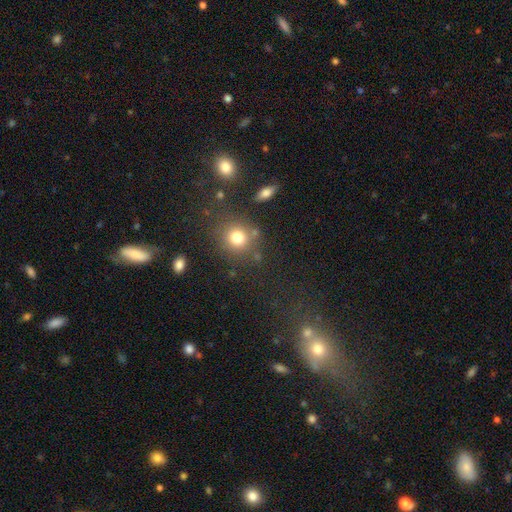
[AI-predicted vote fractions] Smooth or featured? smooth (59%)
How rounded? round (83%)
Merging? none (67%)